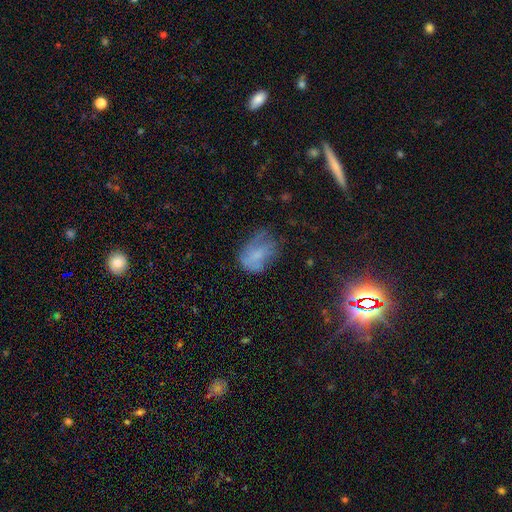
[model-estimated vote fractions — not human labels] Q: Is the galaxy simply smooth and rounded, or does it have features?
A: smooth — 50%.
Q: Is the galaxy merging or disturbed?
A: none — 40%.